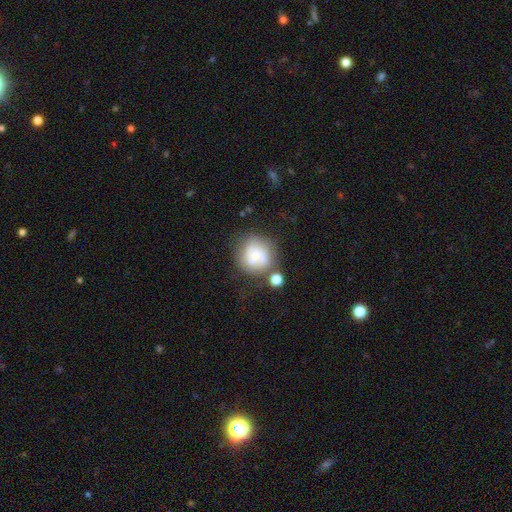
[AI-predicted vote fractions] smooth 55%, featured or disk 35%, star or artifact 9%. Down the decision tree: how rounded — round (85%); merging — none (48%).